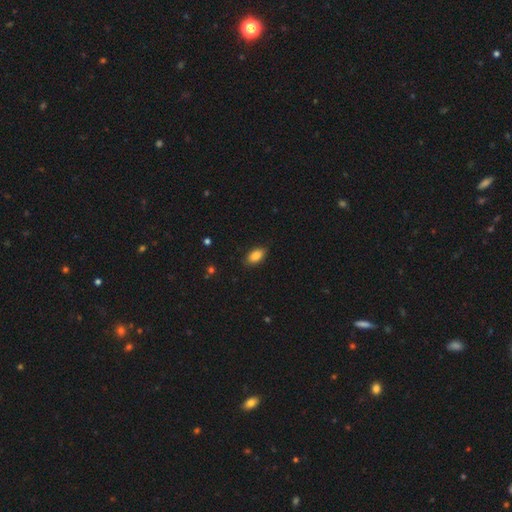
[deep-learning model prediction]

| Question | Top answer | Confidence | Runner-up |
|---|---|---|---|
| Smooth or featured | smooth | 86% | star or artifact (8%) |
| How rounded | in between | 91% | round (6%) |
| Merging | none | 84% | minor disturbance (13%) |